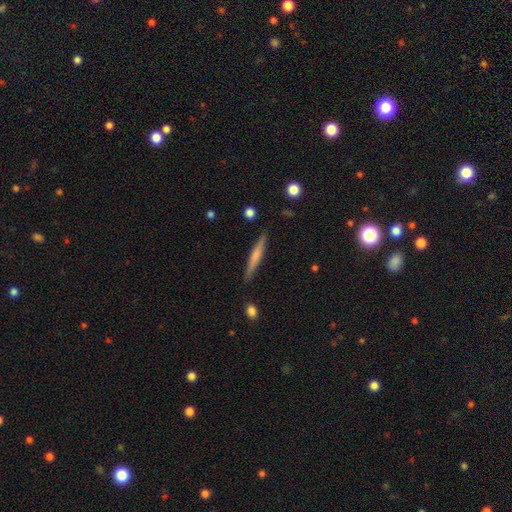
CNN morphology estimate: smooth_or_featured: smooth (p=0.53) [alt: featured or disk p=0.41]
how_rounded: cigar-shaped (p=0.94) [alt: in between p=0.05]
merging: none (p=0.88) [alt: minor disturbance p=0.09]